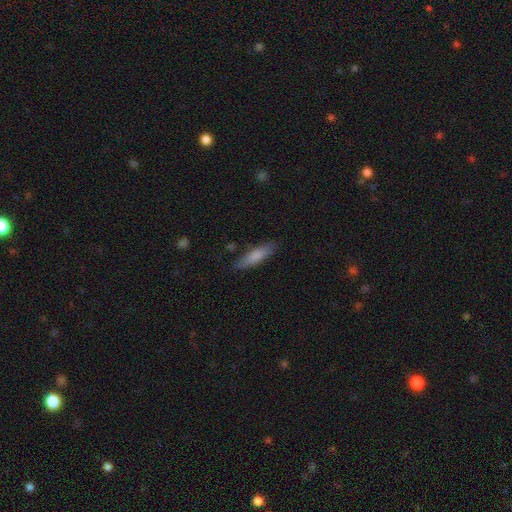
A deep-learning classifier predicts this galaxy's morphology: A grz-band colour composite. It shows a smooth galaxy with no disk features (77%) that is cigar-shaped (69%). Merging: none (83%).